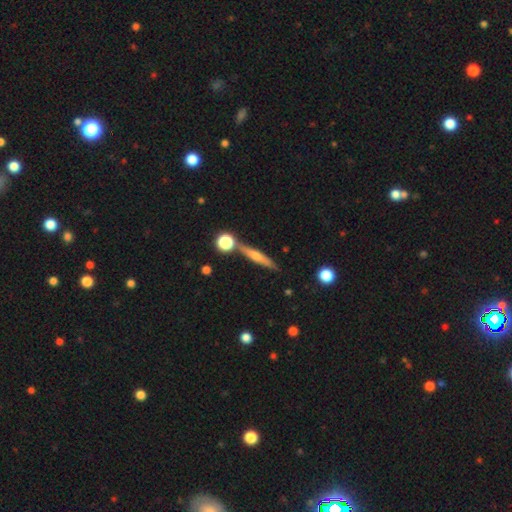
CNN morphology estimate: A featured or disk galaxy (62%) viewed edge-on (96%) with a rounded central bulge (82%). Merging: none (82%).